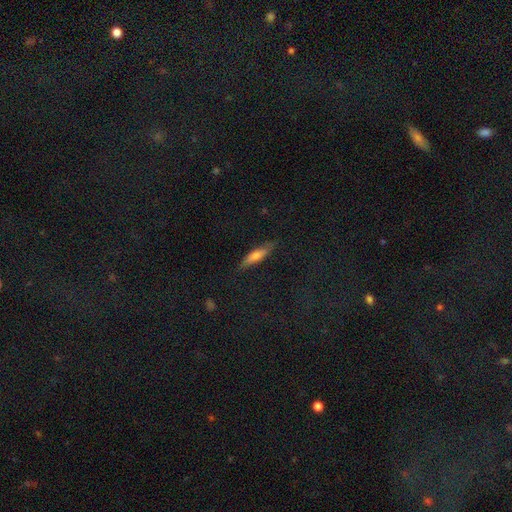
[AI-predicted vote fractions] smooth_or_featured: smooth (p=0.59) [alt: featured or disk p=0.33]
how_rounded: cigar-shaped (p=0.74) [alt: in between p=0.24]
merging: none (p=0.81) [alt: minor disturbance p=0.15]